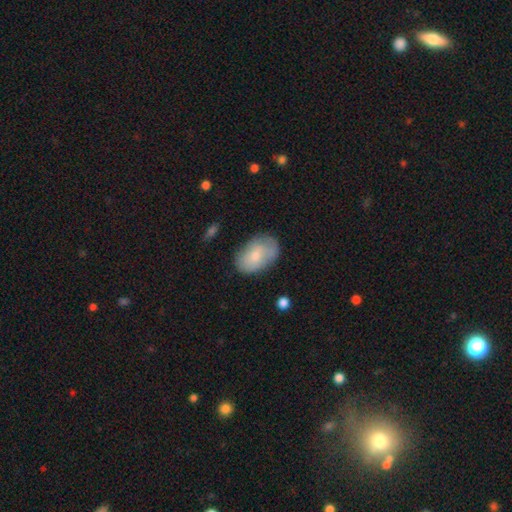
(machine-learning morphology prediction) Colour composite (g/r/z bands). It shows a smooth galaxy with no disk features (70%) that is in between round and cigar-shaped (89%). Merging: none (68%).